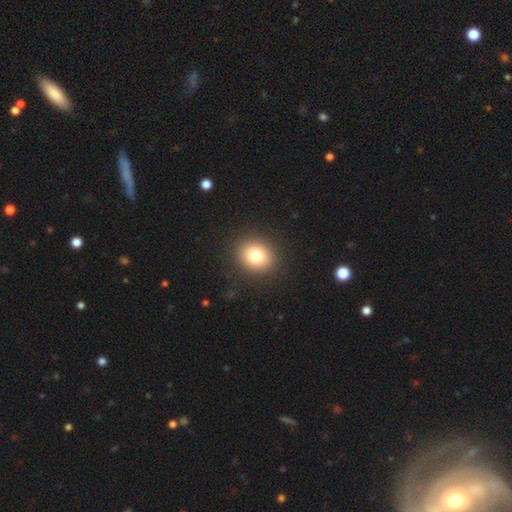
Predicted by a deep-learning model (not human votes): Smooth or featured? smooth (79%)
How rounded? round (73%)
Merging? none (90%)